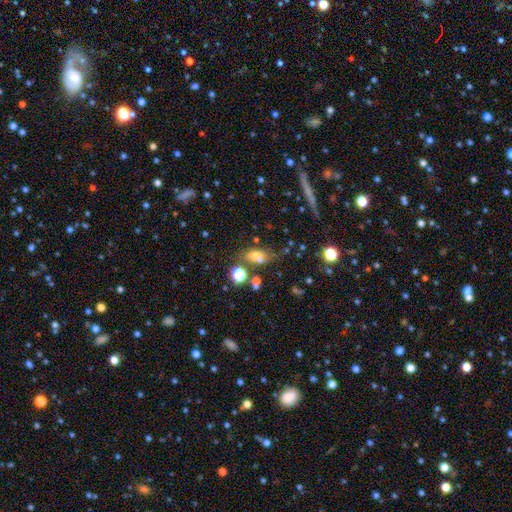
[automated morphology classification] Smooth or featured?
  - smooth: 66% *
  - star or artifact: 19%
  - featured or disk: 15%
How rounded?
  - in between: 75% *
  - round: 18%
  - cigar-shaped: 7%
Merging?
  - none: 53% *
  - minor disturbance: 20%
  - merger: 17%
  - major disturbance: 10%